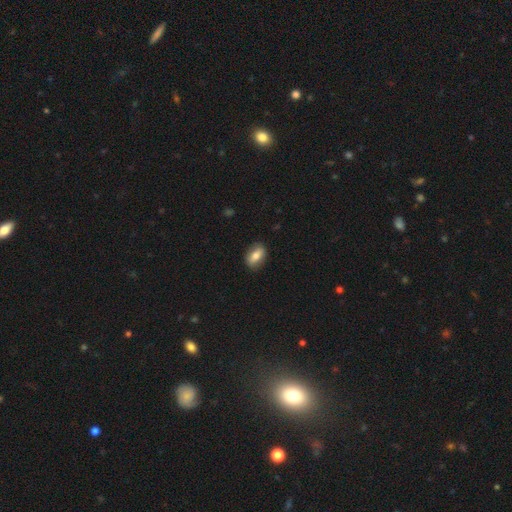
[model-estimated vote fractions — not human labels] This appears to be a smooth galaxy with no disk features (69%) that is in between round and cigar-shaped (83%). Merging: none (85%).